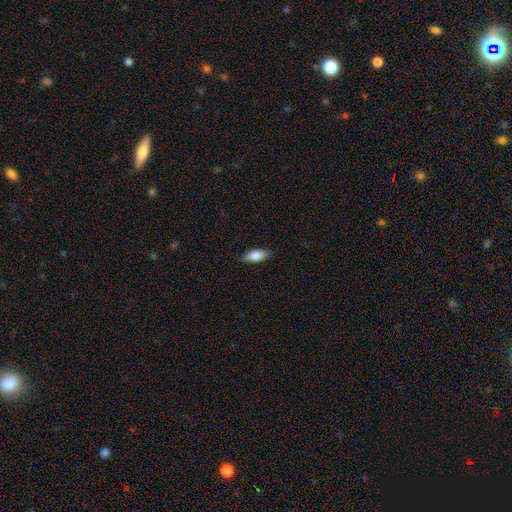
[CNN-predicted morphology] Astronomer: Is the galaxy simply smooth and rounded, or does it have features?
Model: smooth — 82%.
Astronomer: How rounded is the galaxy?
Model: in between — 82%.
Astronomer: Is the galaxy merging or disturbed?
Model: none — 85%.